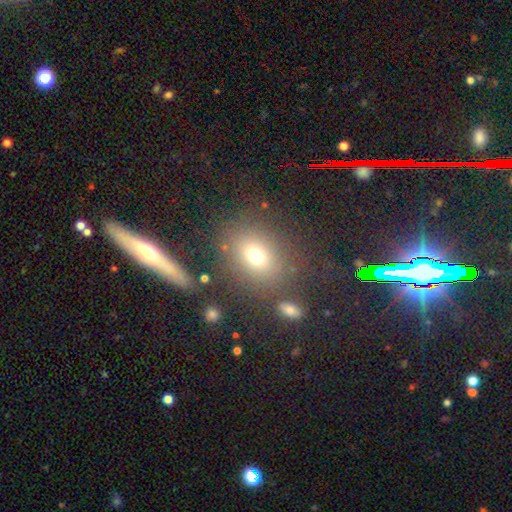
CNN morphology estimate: A smooth galaxy with no disk features (71%) that is round (58%). Merging: none (77%).